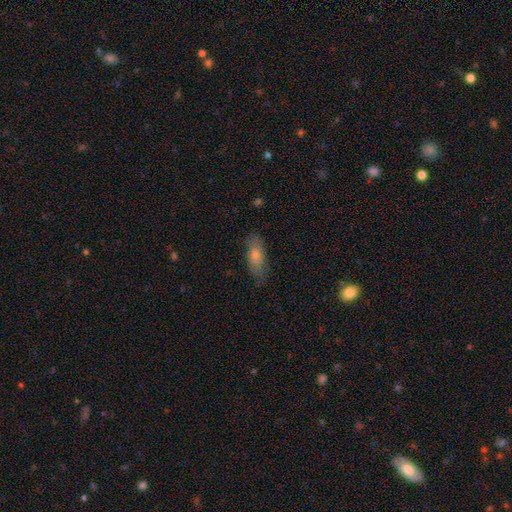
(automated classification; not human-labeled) The model was most divided on "merging": none: 74%, minor disturbance: 20%, major disturbance: 5%, merger: 1%. More confident: how rounded — in between (77%); smooth or featured — smooth (74%).